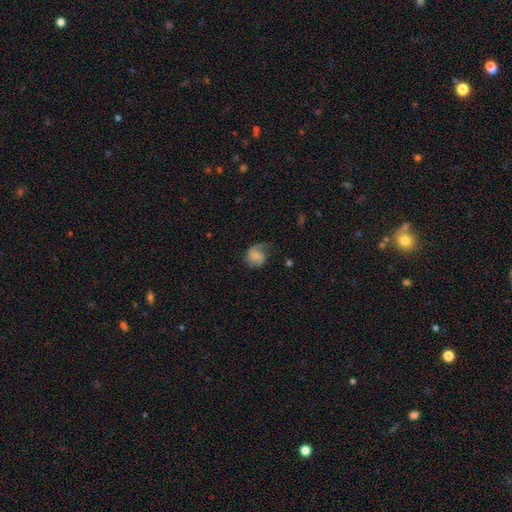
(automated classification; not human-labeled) smooth_or_featured: featured or disk (p=0.47) [alt: smooth p=0.44]
merging: none (p=0.44) [alt: minor disturbance p=0.29]